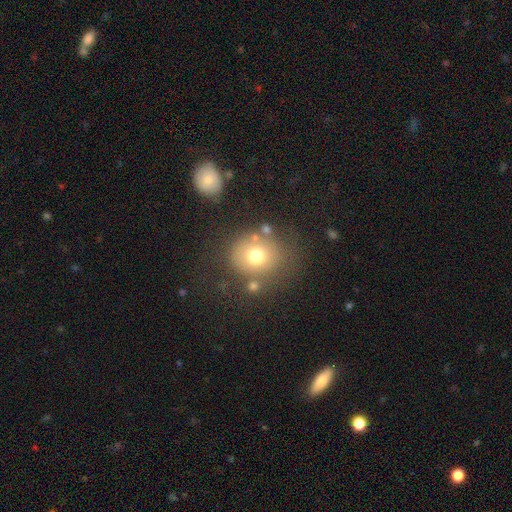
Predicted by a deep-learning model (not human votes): Q: Smooth or featured?
A: smooth (71%); runner-up: featured or disk (16%)
Q: How rounded?
A: round (82%); runner-up: in between (17%)
Q: Merging?
A: none (67%); runner-up: minor disturbance (15%)